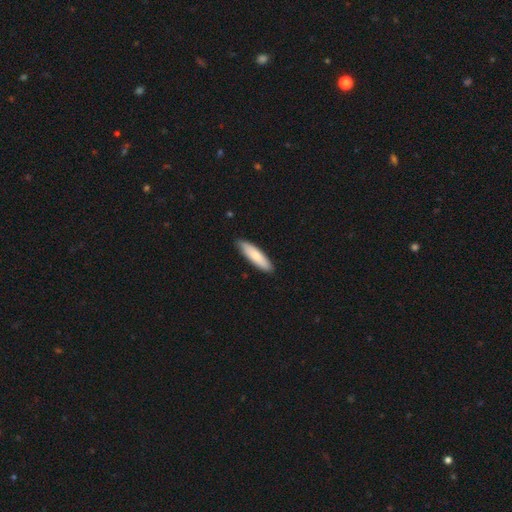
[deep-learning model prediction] A smooth galaxy with no disk features (81%) that is cigar-shaped (69%).

Vote fractions:
- Smooth or featured? smooth: 81% / featured or disk: 15% / star or artifact: 5%
- How rounded? cigar-shaped: 69% / in between: 30% / round: 1%
- Merging? none: 87% / minor disturbance: 10% / major disturbance: 1% / merger: 1%